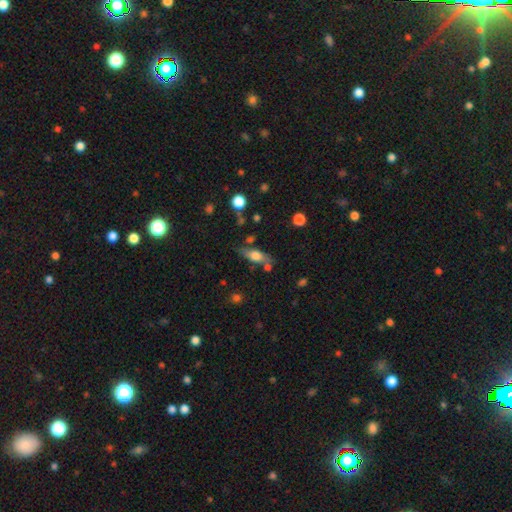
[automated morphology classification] A smooth galaxy with no disk features (61%) that is in between round and cigar-shaped (65%). Merging: none (64%).